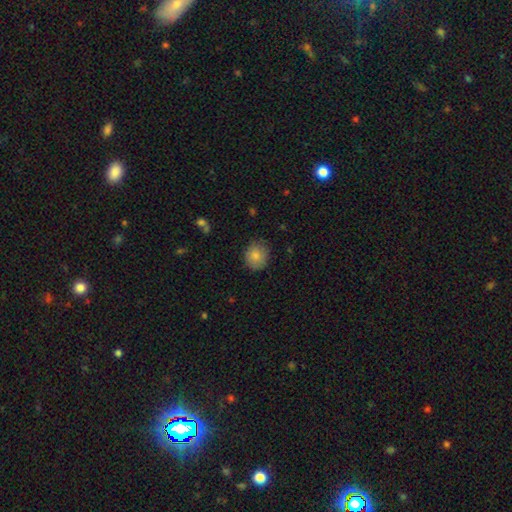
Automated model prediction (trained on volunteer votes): A smooth galaxy with no disk features (84%) that is round (75%).

Vote fractions:
- Smooth or featured? smooth: 84% / star or artifact: 8% / featured or disk: 8%
- How rounded? round: 75% / in between: 25% / cigar-shaped: 1%
- Merging? none: 81% / minor disturbance: 15% / major disturbance: 3% / merger: 1%